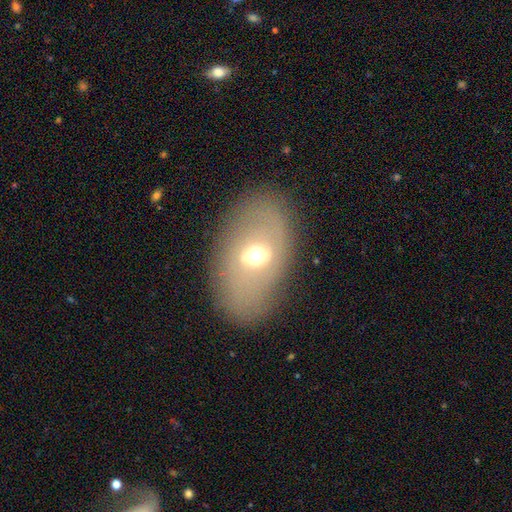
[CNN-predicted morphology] Smooth or featured? Predicted: featured or disk (p=0.48). Merging? Predicted: none (p=0.80).